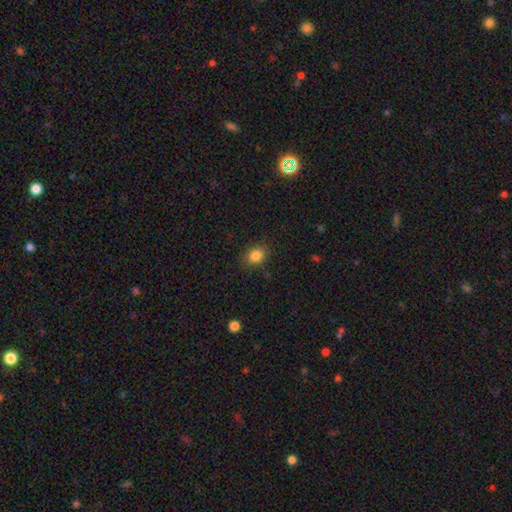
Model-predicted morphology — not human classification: Smooth or featured?
  - smooth: 85% *
  - star or artifact: 11%
  - featured or disk: 5%
How rounded?
  - round: 50% *
  - in between: 49%
  - cigar-shaped: 1%
Merging?
  - none: 85% *
  - minor disturbance: 11%
  - major disturbance: 3%
  - merger: 1%